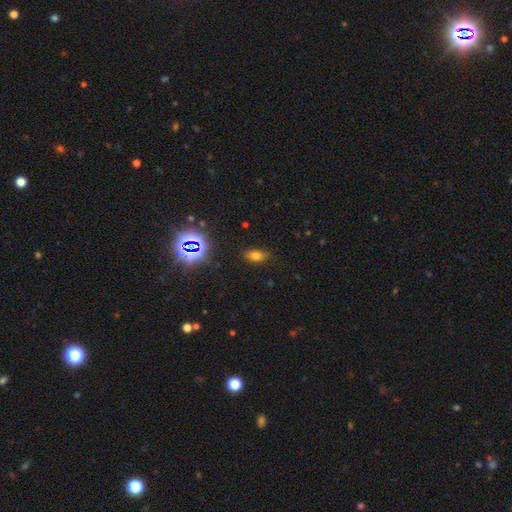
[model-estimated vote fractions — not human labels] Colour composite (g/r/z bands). It shows a smooth galaxy with no disk features (69%) that is in between round and cigar-shaped (84%). Merging: none (82%).